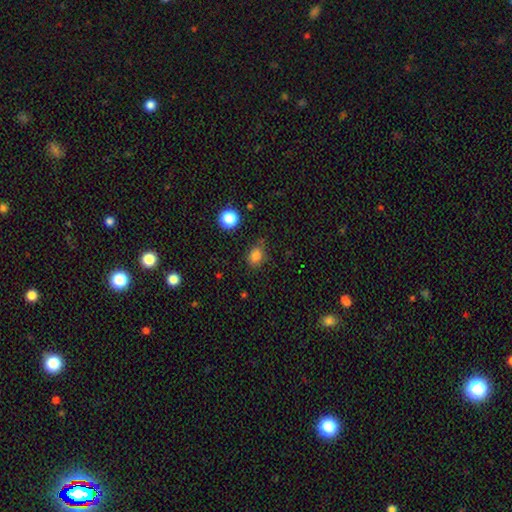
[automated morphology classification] Overall: smooth (81%). How rounded: in between (52%; round 47%). Merging: none (74%).